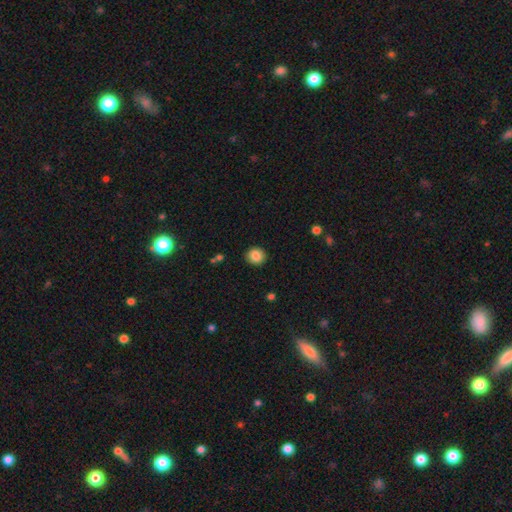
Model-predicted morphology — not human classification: Smooth or featured?
  - smooth: 86% *
  - star or artifact: 9%
  - featured or disk: 5%
How rounded?
  - round: 87% *
  - in between: 12%
  - cigar-shaped: 1%
Merging?
  - none: 91% *
  - minor disturbance: 6%
  - major disturbance: 2%
  - merger: 1%